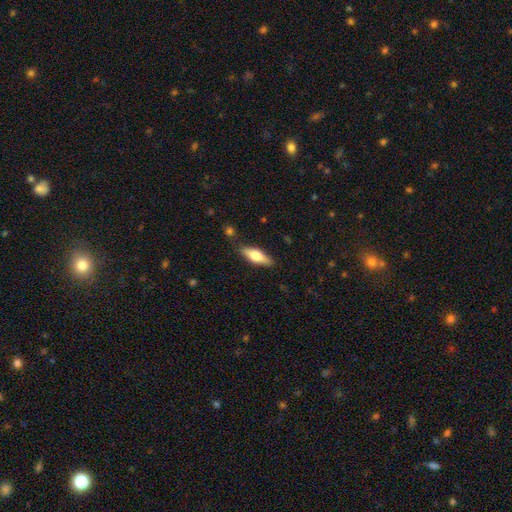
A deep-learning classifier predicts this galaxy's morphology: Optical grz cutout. It shows a smooth galaxy with no disk features (58%) that is in between round and cigar-shaped (56%). Merging: none (84%).